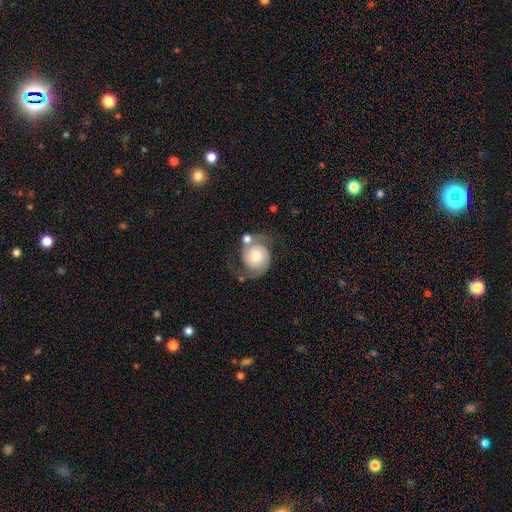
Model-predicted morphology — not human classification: The model was most divided on "spiral winding": medium: 42%, loose: 36%, tight: 22%. Remaining: edge-on disk — no (98%); spiral arms — yes (94%); spiral arm count — 2 (91%); bar — no (76%); smooth or featured — featured or disk (72%); merging — none (54%); bulge size — moderate (43%).